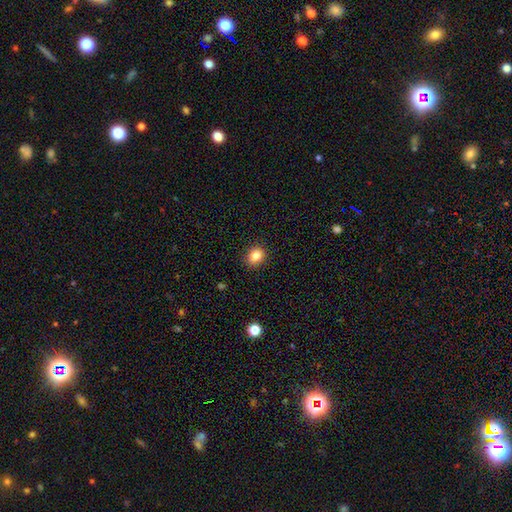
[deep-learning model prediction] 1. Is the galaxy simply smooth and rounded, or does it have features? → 84% smooth, 11% star or artifact, 6% featured or disk.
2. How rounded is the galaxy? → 57% round, 42% in between, 1% cigar-shaped.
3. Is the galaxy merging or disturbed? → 90% none, 7% minor disturbance, 2% major disturbance, 1% merger.